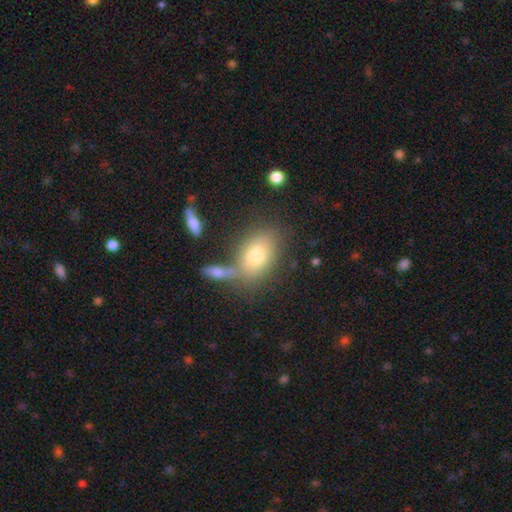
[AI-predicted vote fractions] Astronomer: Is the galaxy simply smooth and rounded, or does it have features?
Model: smooth — 72%.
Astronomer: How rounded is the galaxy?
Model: in between — 82%.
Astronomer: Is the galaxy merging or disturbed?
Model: none — 62%.